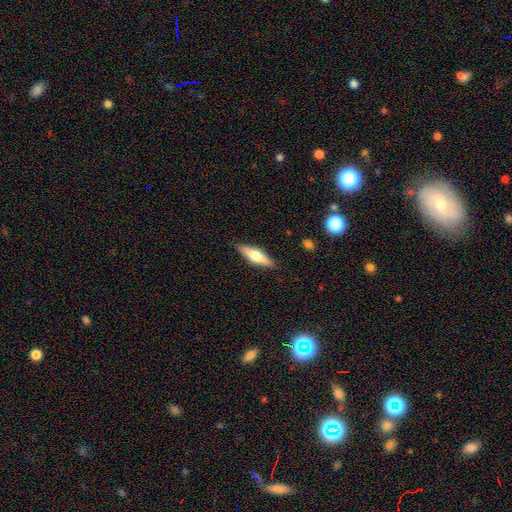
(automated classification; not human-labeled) smooth-or-featured: featured or disk: 47% | smooth: 46% | star or artifact: 6%
  merging: none: 88% | minor disturbance: 9% | major disturbance: 2% | merger: 1%